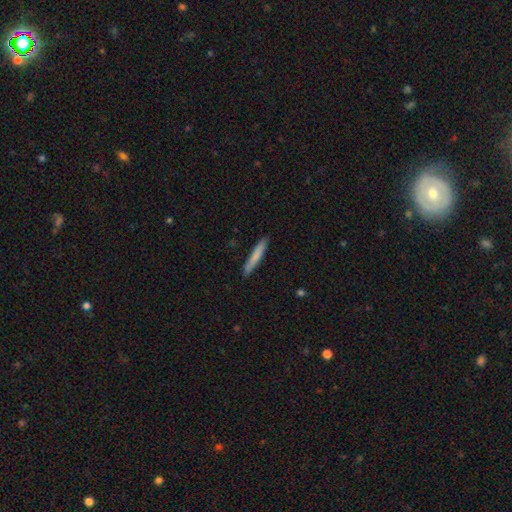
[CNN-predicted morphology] This appears to be a smooth galaxy with no disk features (75%) that is cigar-shaped (95%). Merging: none (90%).